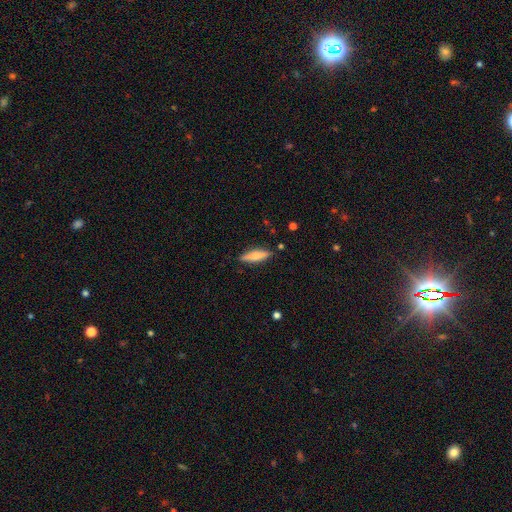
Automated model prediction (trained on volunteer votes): smooth-or-featured: smooth: 63% | featured or disk: 31% | star or artifact: 6%
  how-rounded: cigar-shaped: 70% | in between: 28% | round: 2%
  merging: none: 86% | minor disturbance: 10% | major disturbance: 2% | merger: 2%